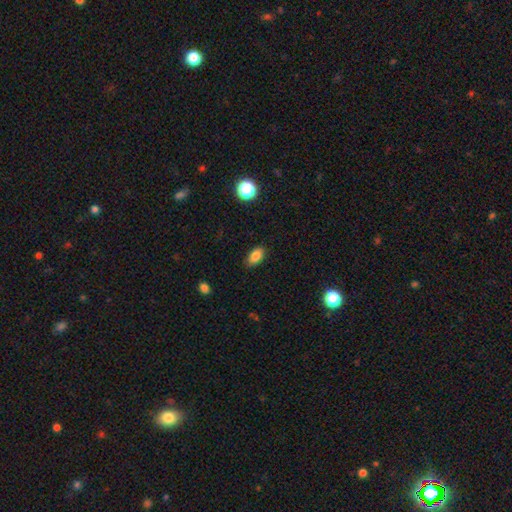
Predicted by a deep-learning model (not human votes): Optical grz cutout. It shows a smooth galaxy with no disk features (84%) that is in between round and cigar-shaped (90%). Merging: none (82%).